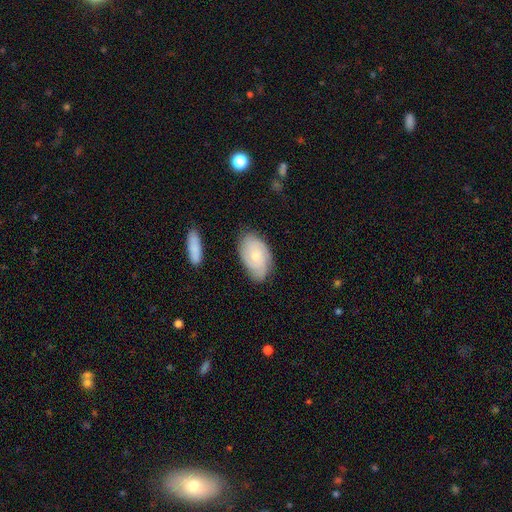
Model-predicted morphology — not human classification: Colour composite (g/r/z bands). It shows a featured or disk galaxy (53%). Merging: none (75%).